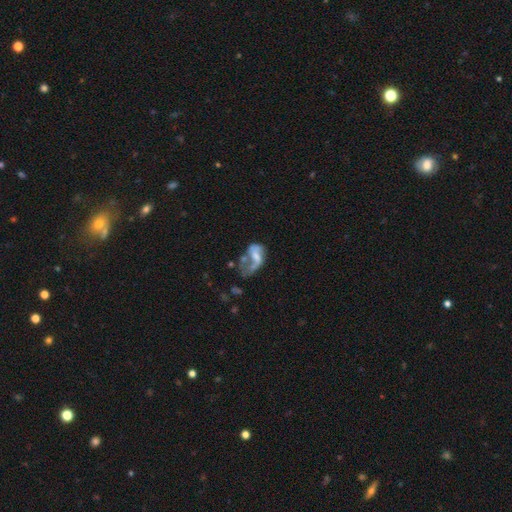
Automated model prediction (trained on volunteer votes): Smooth or featured?
  - featured or disk: 59% *
  - smooth: 31%
  - star or artifact: 10%
Edge-on disk?
  - no: 97% *
  - yes: 3%
Bar?
  - no: 62% *
  - weak: 29%
  - strong: 8%
Spiral arms?
  - yes: 51% *
  - no: 49%
Bulge size?
  - moderate: 33% *
  - small: 29%
  - none: 29%
  - large: 7%
  - dominant: 2%
Merging?
  - major disturbance: 43% *
  - merger: 23%
  - none: 18%
  - minor disturbance: 16%